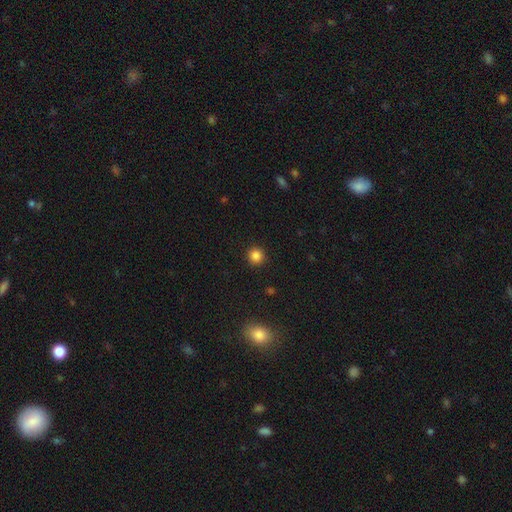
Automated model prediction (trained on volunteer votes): smooth 85%, star or artifact 12%, featured or disk 3%. Down the decision tree: how rounded — round (94%); merging — none (92%).